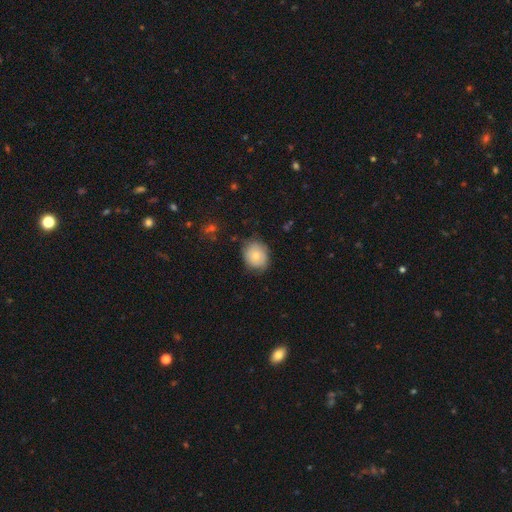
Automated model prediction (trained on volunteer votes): Q: Smooth or featured?
A: smooth (74%); runner-up: featured or disk (18%)
Q: How rounded?
A: round (62%); runner-up: in between (37%)
Q: Merging?
A: none (74%); runner-up: minor disturbance (21%)